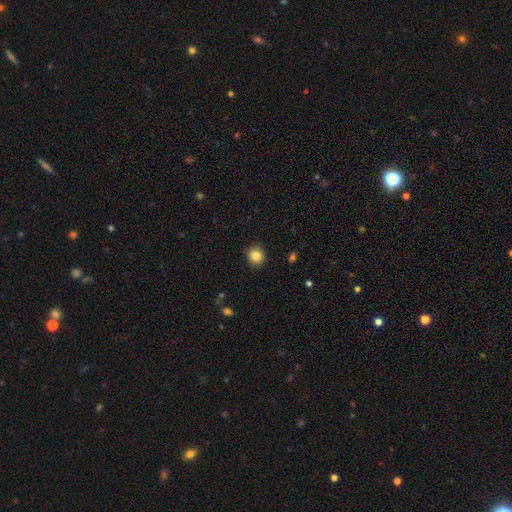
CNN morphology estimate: Smooth or featured? smooth (85%)
How rounded? round (92%)
Merging? none (90%)